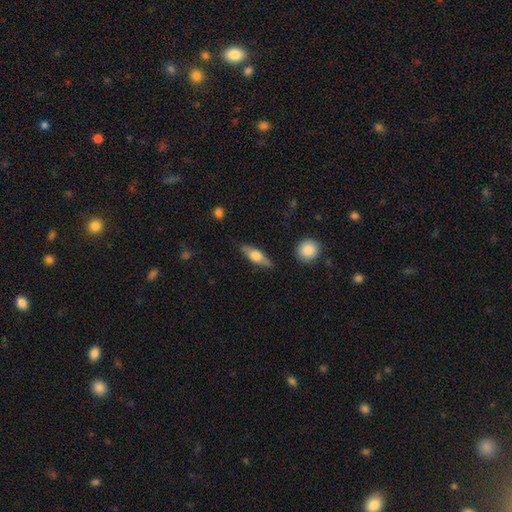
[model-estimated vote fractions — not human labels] This is possibly a smooth galaxy (55%). How rounded: possibly in between (56%). Merging: clearly none (82%).